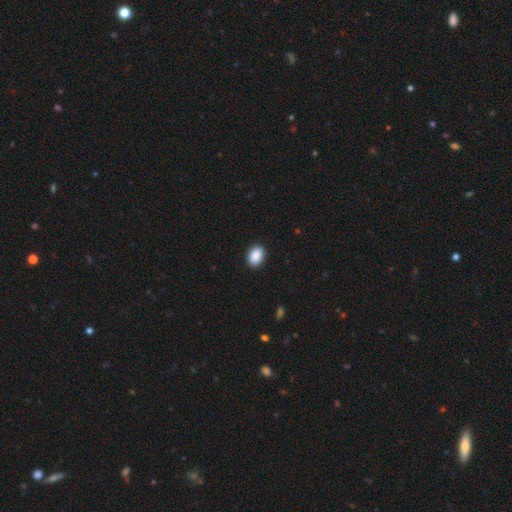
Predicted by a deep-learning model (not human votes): Q: Smooth or featured?
A: smooth (90%); runner-up: star or artifact (7%)
Q: How rounded?
A: in between (81%); runner-up: round (18%)
Q: Merging?
A: none (91%); runner-up: minor disturbance (7%)